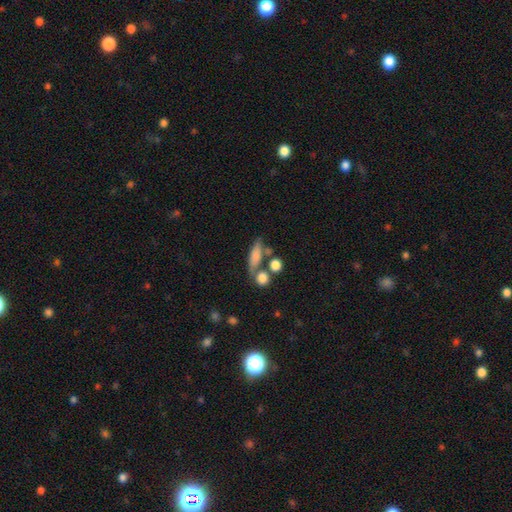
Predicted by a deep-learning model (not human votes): Q: Smooth or featured?
A: smooth (70%); runner-up: featured or disk (21%)
Q: How rounded?
A: in between (51%); runner-up: cigar-shaped (38%)
Q: Merging?
A: none (49%); runner-up: merger (25%)